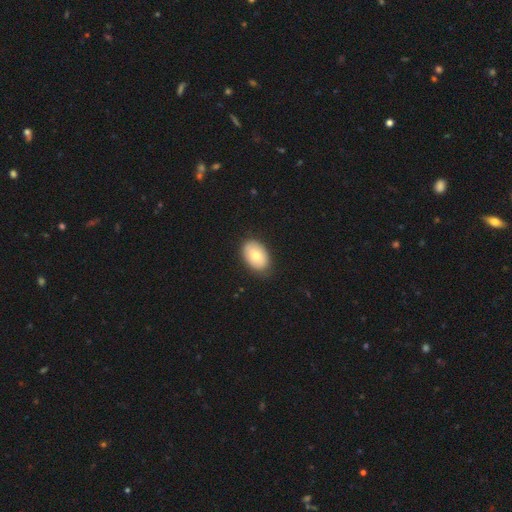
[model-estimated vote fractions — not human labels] smooth_or_featured: smooth (p=0.73) [alt: featured or disk p=0.20]
how_rounded: in between (p=0.87) [alt: round p=0.12]
merging: none (p=0.84) [alt: minor disturbance p=0.12]